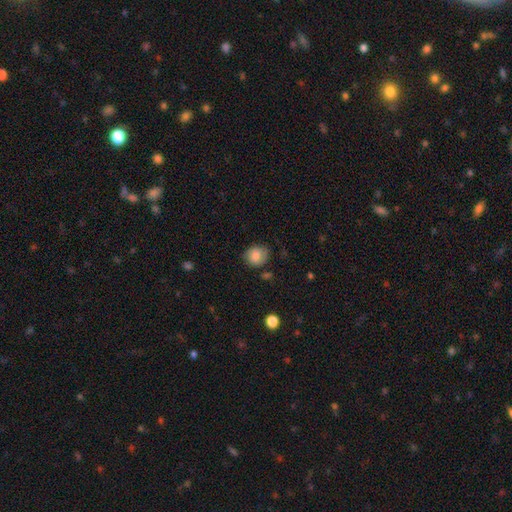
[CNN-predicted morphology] Overall: smooth (78%). How rounded: round (62%; in between 37%). Merging: none (73%).